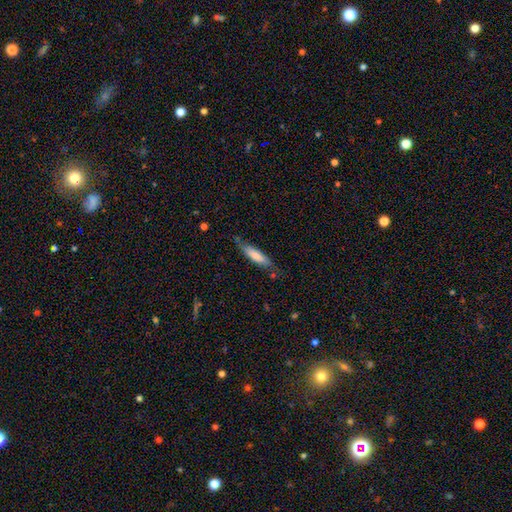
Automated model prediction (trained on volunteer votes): smooth 71%, featured or disk 24%, star or artifact 6%. Down the decision tree: how rounded — cigar-shaped (73%); merging — none (68%).